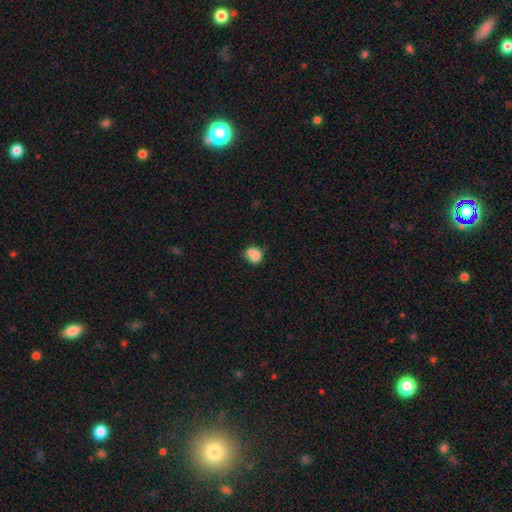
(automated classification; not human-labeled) smooth_or_featured: smooth (p=0.75) [alt: featured or disk p=0.16]
how_rounded: round (p=0.63) [alt: in between p=0.36]
merging: merger (p=0.43) [alt: none p=0.36]